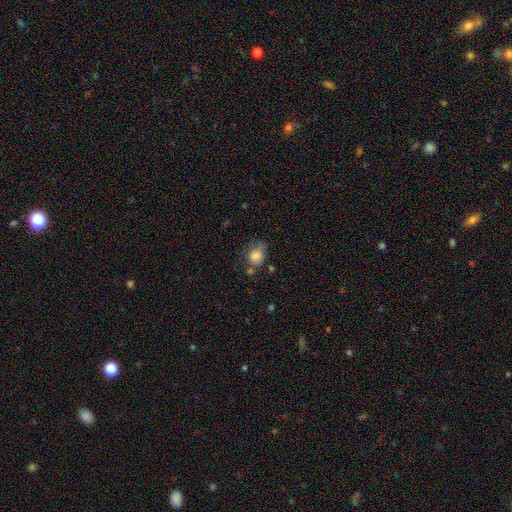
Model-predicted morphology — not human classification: Smooth or featured? smooth (81%)
How rounded? in between (53%)
Merging? none (45%)